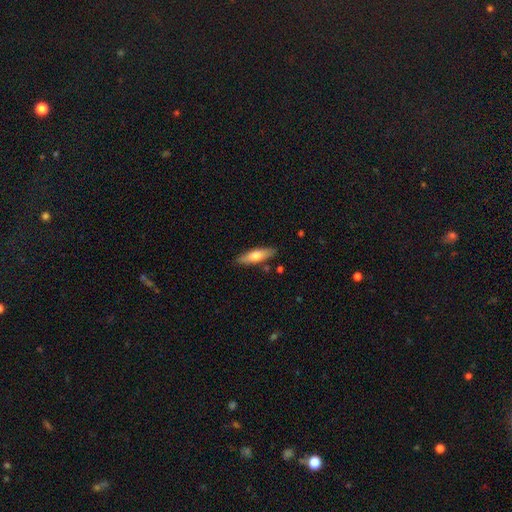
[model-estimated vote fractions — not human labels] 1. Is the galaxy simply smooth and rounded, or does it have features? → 64% smooth, 30% featured or disk, 6% star or artifact.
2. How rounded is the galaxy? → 54% cigar-shaped, 44% in between, 2% round.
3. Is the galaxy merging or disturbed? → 83% none, 11% minor disturbance, 3% merger, 2% major disturbance.